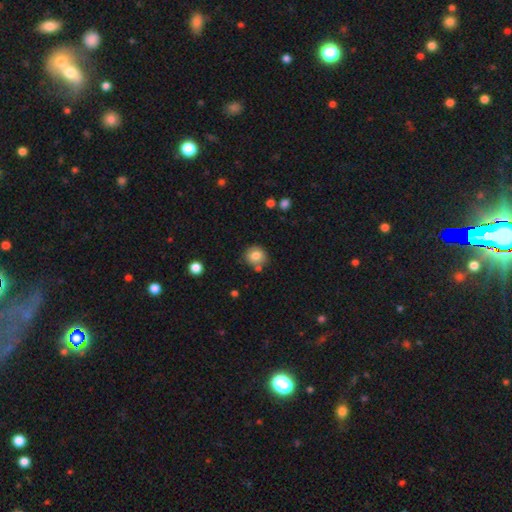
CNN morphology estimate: A smooth galaxy with no disk features (79%) that is round (83%). Merging: none (73%).